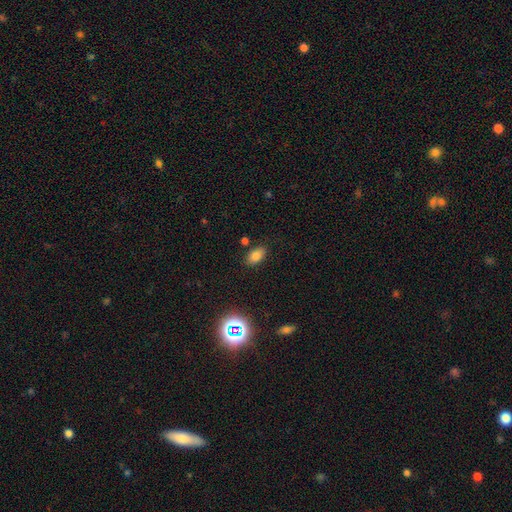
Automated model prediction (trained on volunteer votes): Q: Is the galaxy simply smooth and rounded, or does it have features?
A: smooth — 80%.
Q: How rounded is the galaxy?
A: in between — 90%.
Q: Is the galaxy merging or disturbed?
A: none — 83%.